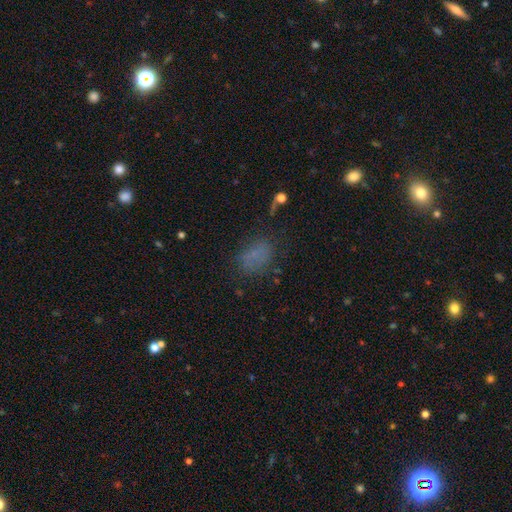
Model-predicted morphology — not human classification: smooth-or-featured: smooth: 68% | star or artifact: 20% | featured or disk: 13%
  how-rounded: in between: 77% | round: 21% | cigar-shaped: 2%
  merging: none: 63% | minor disturbance: 21% | major disturbance: 14% | merger: 3%